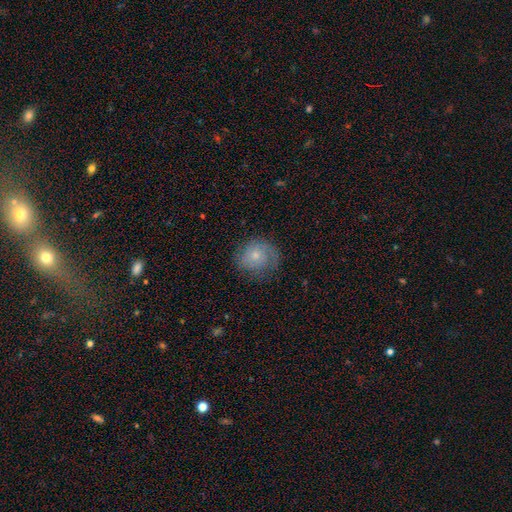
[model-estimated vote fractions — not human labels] Overall: smooth (55%; featured or disk 37%). How rounded: round (79%). Merging: none (68%).